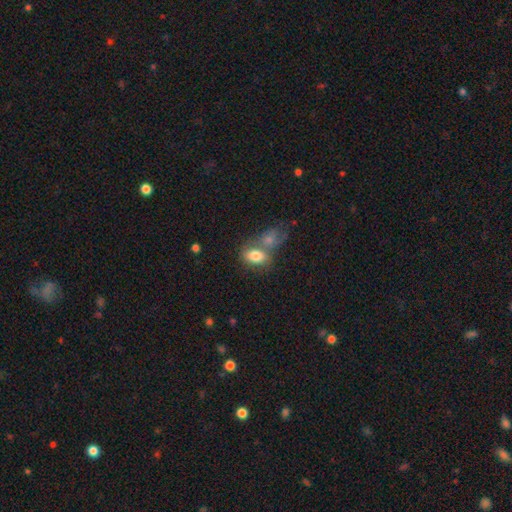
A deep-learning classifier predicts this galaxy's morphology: Q: Smooth or featured?
A: smooth (79%); runner-up: featured or disk (13%)
Q: How rounded?
A: in between (83%); runner-up: round (15%)
Q: Merging?
A: merger (51%); runner-up: none (32%)